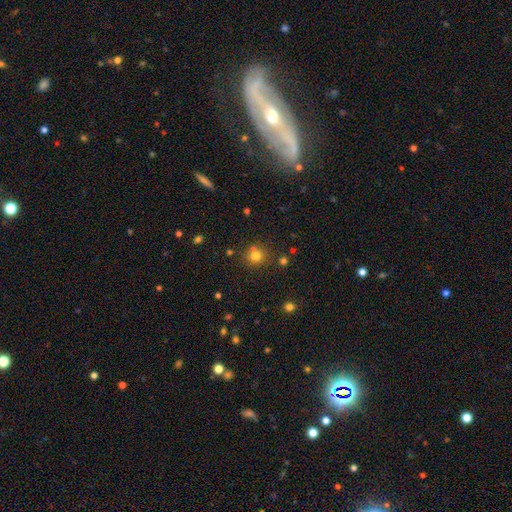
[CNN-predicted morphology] Q: Smooth or featured?
A: smooth (75%); runner-up: star or artifact (17%)
Q: How rounded?
A: round (86%); runner-up: in between (13%)
Q: Merging?
A: none (71%); runner-up: merger (15%)